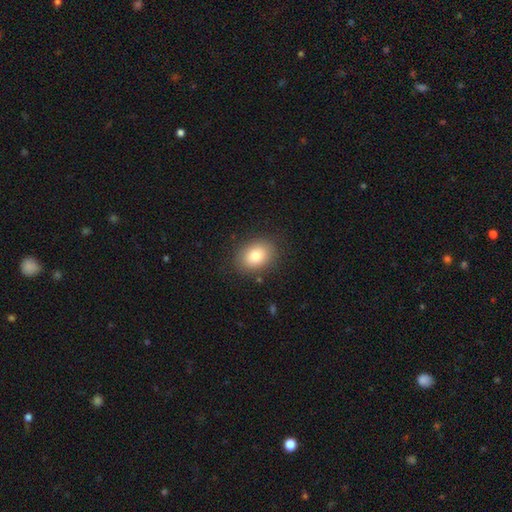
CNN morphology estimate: Smooth or featured?
  - smooth: 81% *
  - featured or disk: 10%
  - star or artifact: 8%
How rounded?
  - in between: 68% *
  - round: 31%
  - cigar-shaped: 1%
Merging?
  - none: 86% *
  - minor disturbance: 10%
  - major disturbance: 3%
  - merger: 1%